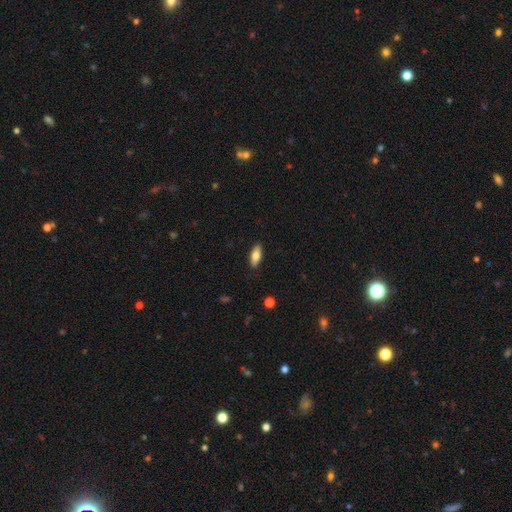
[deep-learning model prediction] smooth 75%, featured or disk 19%, star or artifact 6%. Down the decision tree: how rounded — in between (75%); merging — none (87%).